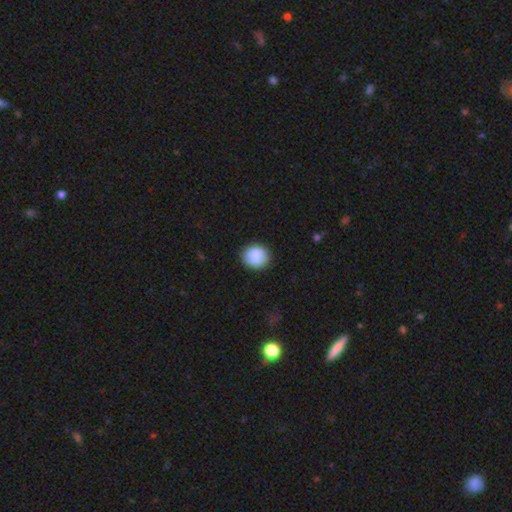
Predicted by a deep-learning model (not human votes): Smooth or featured? smooth (89%)
How rounded? round (81%)
Merging? none (89%)